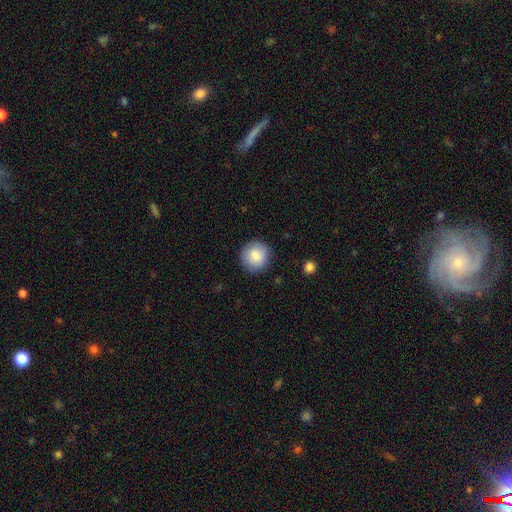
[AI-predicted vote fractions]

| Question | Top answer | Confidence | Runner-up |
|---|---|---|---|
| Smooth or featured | smooth | 84% | featured or disk (8%) |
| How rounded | round | 93% | in between (6%) |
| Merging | none | 89% | minor disturbance (8%) |